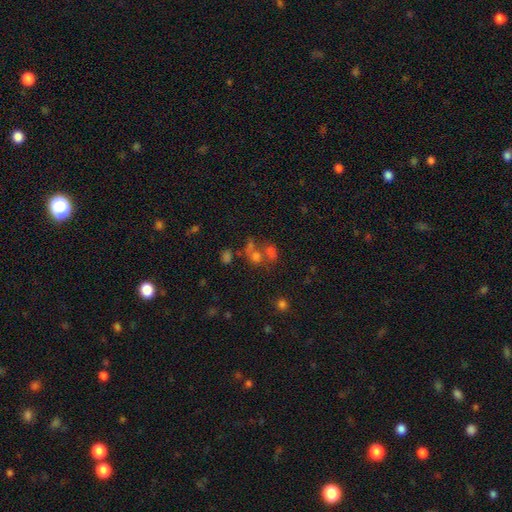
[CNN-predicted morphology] smooth-or-featured: smooth: 50% | star or artifact: 30% | featured or disk: 20%
  merging: merger: 43% | none: 39% | minor disturbance: 10% | major disturbance: 8%